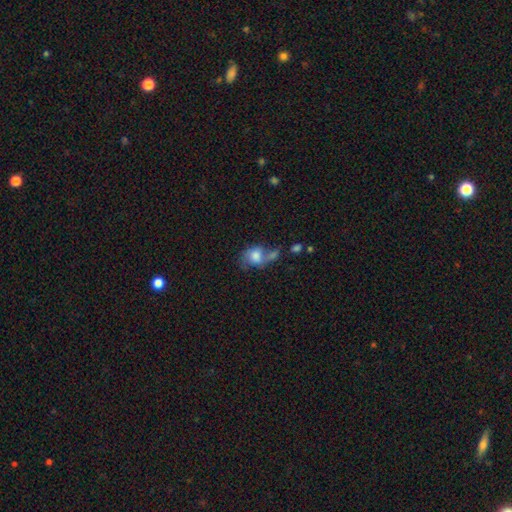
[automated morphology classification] This is likely a smooth galaxy (63%). How rounded: possibly in between (58%). Merging: marginally merger (37%).